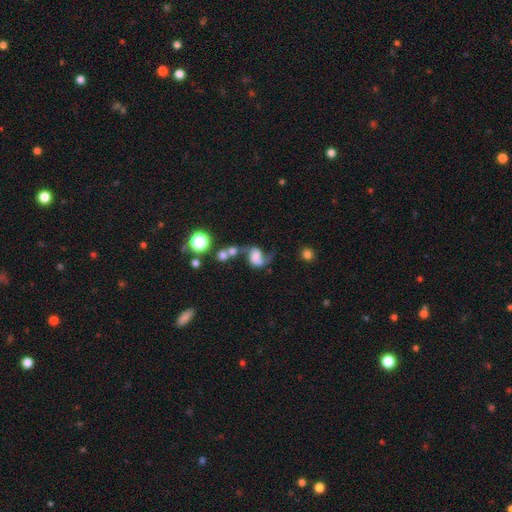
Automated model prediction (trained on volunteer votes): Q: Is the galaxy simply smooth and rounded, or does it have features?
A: featured or disk — 71%.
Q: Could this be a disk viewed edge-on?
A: no — 97%.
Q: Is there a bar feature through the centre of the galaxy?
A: no — 53%.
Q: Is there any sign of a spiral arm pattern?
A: yes — 90%.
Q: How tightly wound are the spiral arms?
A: loose — 77%.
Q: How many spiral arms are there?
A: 2 — 84%.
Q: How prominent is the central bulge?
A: none — 35%.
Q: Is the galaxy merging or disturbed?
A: none — 36%.